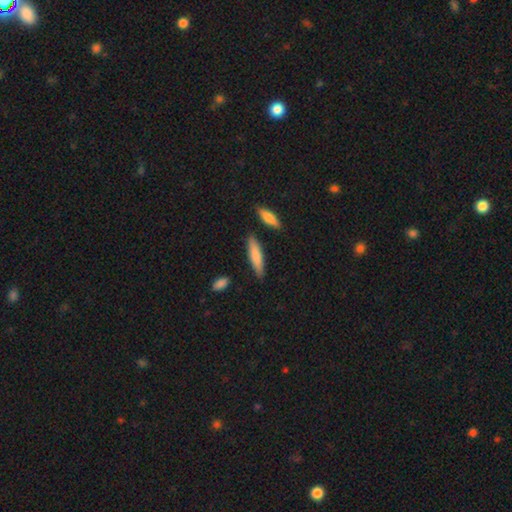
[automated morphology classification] Smooth or featured: smooth — 79% (featured or disk — 15%)
How rounded: cigar-shaped — 73% (in between — 26%)
Merging: none — 84% (minor disturbance — 10%)